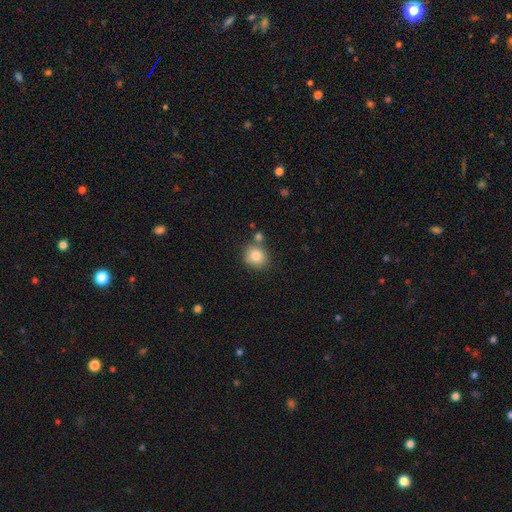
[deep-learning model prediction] Smooth or featured: smooth — 83% (star or artifact — 9%)
How rounded: round — 71% (in between — 28%)
Merging: none — 68% (merger — 15%)